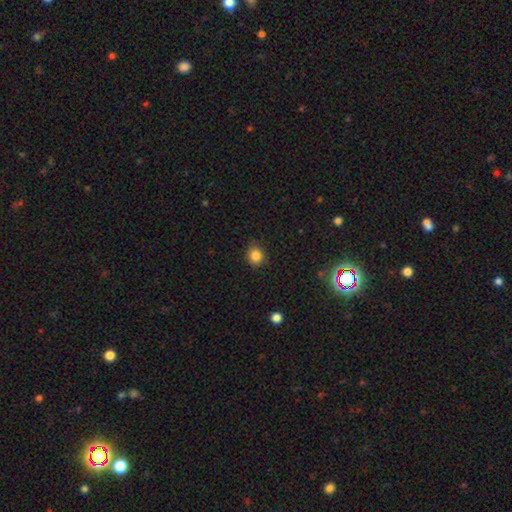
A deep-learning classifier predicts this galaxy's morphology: smooth-or-featured: smooth: 84% | star or artifact: 11% | featured or disk: 5%
  how-rounded: round: 71% | in between: 28% | cigar-shaped: 1%
  merging: none: 87% | minor disturbance: 10% | major disturbance: 2% | merger: 1%